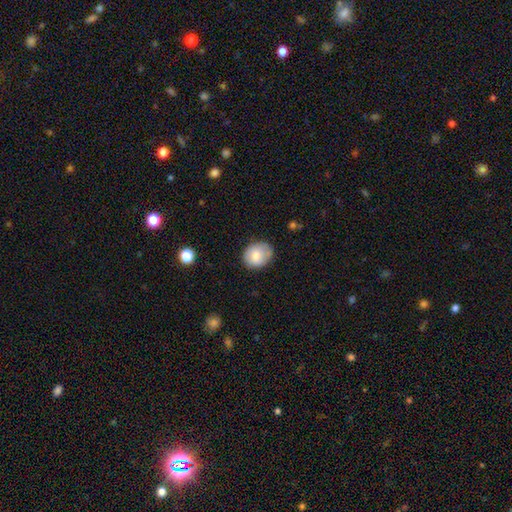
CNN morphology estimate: Smooth or featured? smooth (77%)
How rounded? round (57%)
Merging? none (74%)